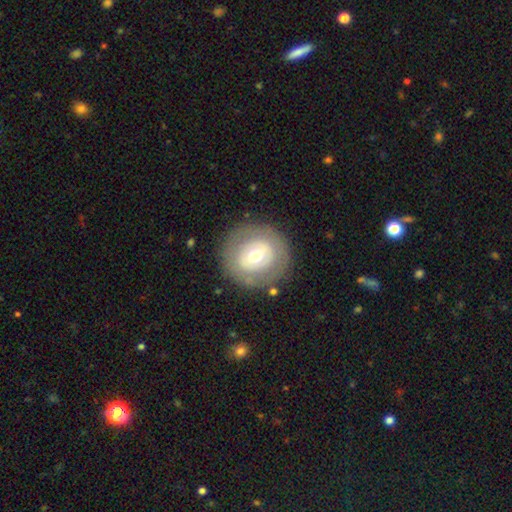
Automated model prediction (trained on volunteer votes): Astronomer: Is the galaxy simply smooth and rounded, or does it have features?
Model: featured or disk — 49% (runner-up: smooth, 44%).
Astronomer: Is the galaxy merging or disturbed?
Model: none — 83%.